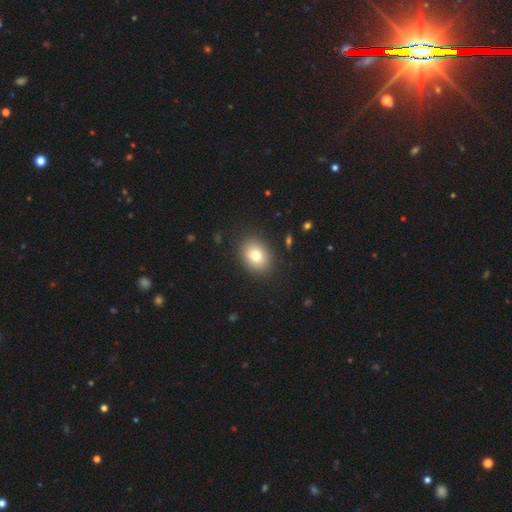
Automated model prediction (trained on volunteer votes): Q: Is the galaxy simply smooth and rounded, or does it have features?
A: smooth — 76%.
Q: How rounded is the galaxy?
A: in between — 59%.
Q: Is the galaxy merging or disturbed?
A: none — 85%.